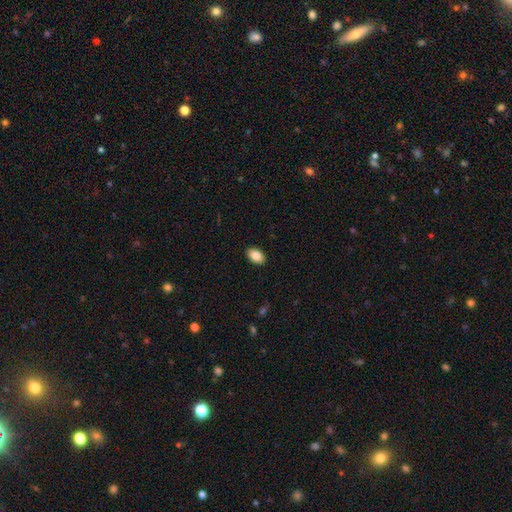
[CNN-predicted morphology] A smooth galaxy with no disk features (86%) that is in between round and cigar-shaped (91%). Merging: none (90%).